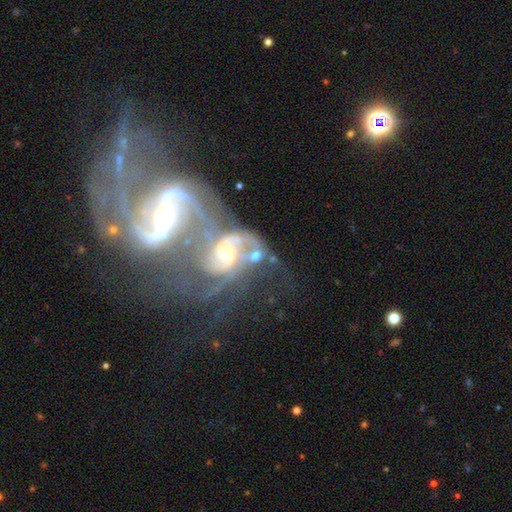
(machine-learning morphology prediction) The model was most divided on "spiral winding": medium: 43%, loose: 37%, tight: 20%. More confident: edge-on disk — no (97%); spiral arms — yes (85%); smooth or featured — featured or disk (76%); spiral arm count — 2 (54%); merging — merger (52%); bulge size — moderate (51%); bar — no (51%).